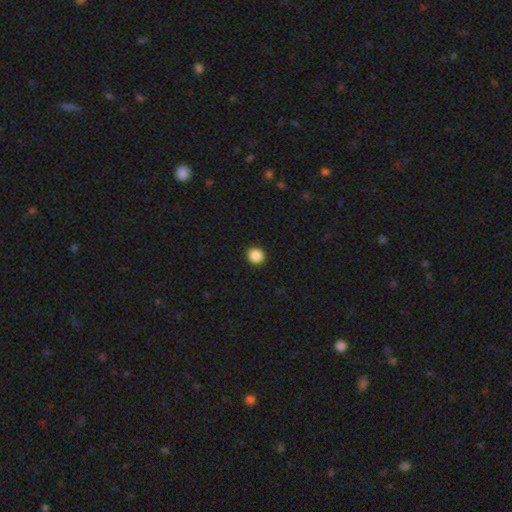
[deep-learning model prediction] The model was most divided on "smooth or featured": smooth: 88%, star or artifact: 10%, featured or disk: 2%. More confident: merging — none (93%); how rounded — round (90%).